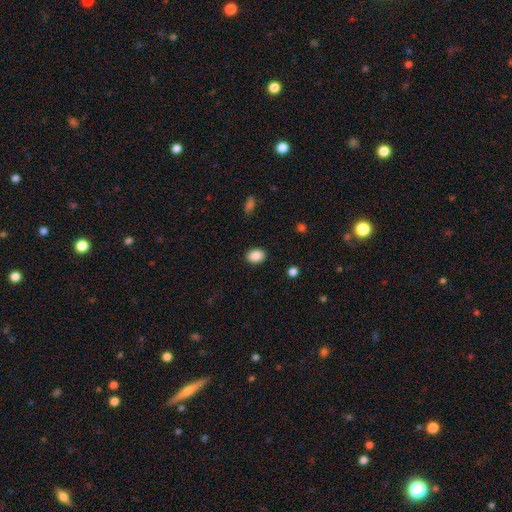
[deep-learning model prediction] Smooth or featured: smooth — 88% (star or artifact — 8%)
How rounded: in between — 67% (round — 32%)
Merging: none — 89% (minor disturbance — 8%)